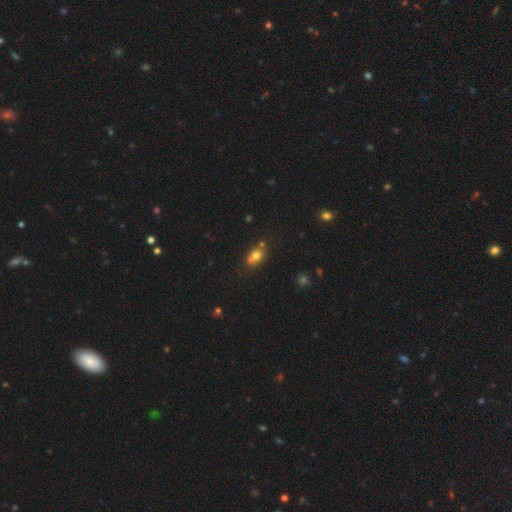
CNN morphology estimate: smooth_or_featured: smooth (p=0.68) [alt: featured or disk p=0.16]
how_rounded: round (p=0.53) [alt: in between p=0.45]
merging: none (p=0.47) [alt: merger p=0.38]